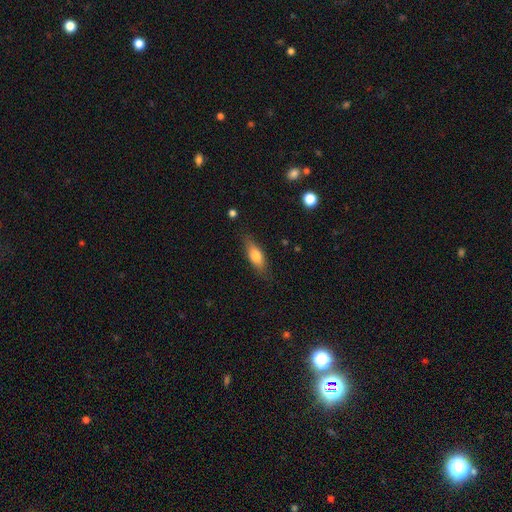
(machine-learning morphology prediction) Q: Smooth or featured?
A: smooth (71%); runner-up: featured or disk (22%)
Q: How rounded?
A: in between (64%); runner-up: cigar-shaped (32%)
Q: Merging?
A: none (80%); runner-up: minor disturbance (15%)